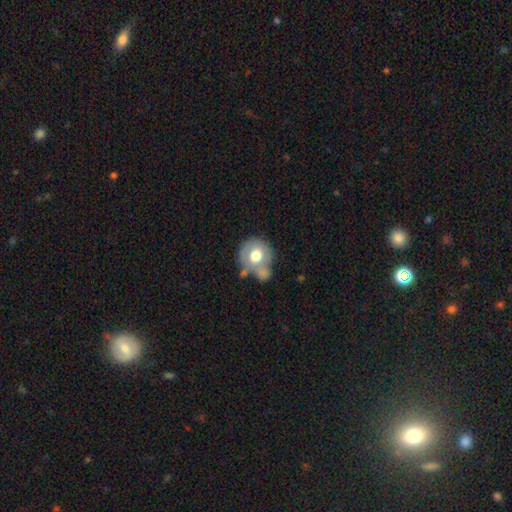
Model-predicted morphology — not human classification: This is possibly a smooth galaxy (59%). How rounded: clearly round (82%). Merging: marginally none (41%).